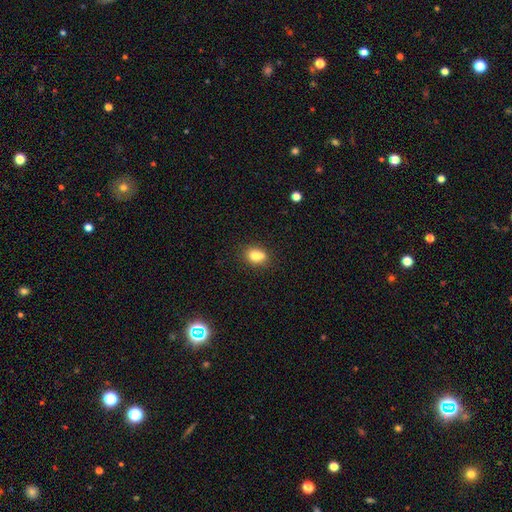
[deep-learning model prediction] Smooth or featured? smooth (75%)
How rounded? round (50%)
Merging? none (52%)